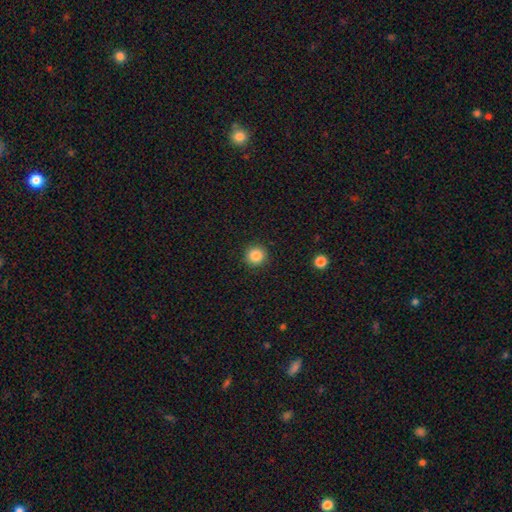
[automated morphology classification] smooth_or_featured: smooth (p=0.85) [alt: star or artifact p=0.11]
how_rounded: round (p=0.94) [alt: in between p=0.05]
merging: none (p=0.92) [alt: minor disturbance p=0.05]